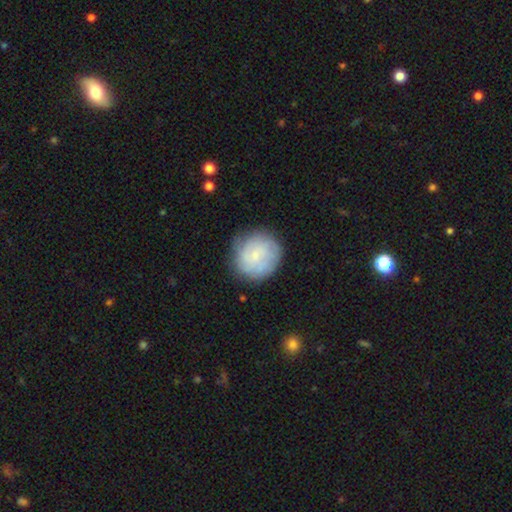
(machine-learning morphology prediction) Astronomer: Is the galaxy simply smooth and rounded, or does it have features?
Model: smooth — 47% (runner-up: featured or disk, 45%).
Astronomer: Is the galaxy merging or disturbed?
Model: none — 76%.